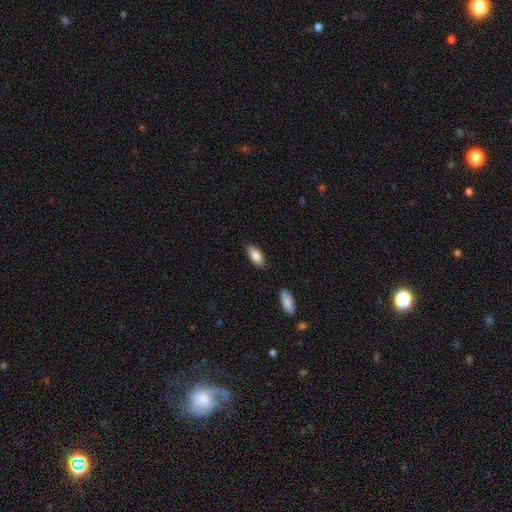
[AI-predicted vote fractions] Smooth or featured: smooth — 85% (featured or disk — 9%)
How rounded: in between — 86% (cigar-shaped — 12%)
Merging: none — 86% (minor disturbance — 10%)